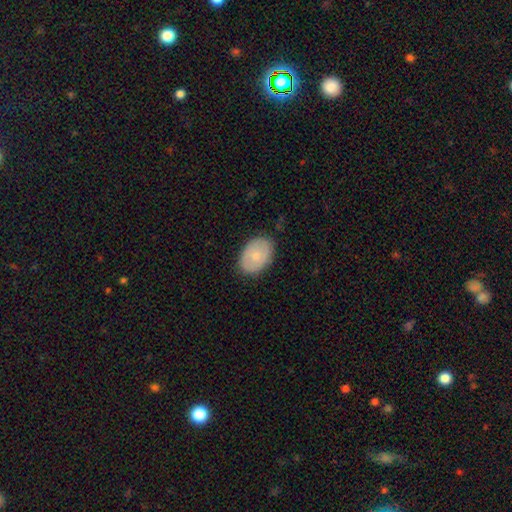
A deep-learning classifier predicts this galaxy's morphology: smooth-or-featured: smooth: 70% | featured or disk: 24% | star or artifact: 6%
  how-rounded: in between: 83% | round: 16% | cigar-shaped: 1%
  merging: none: 84% | minor disturbance: 12% | major disturbance: 3% | merger: 1%